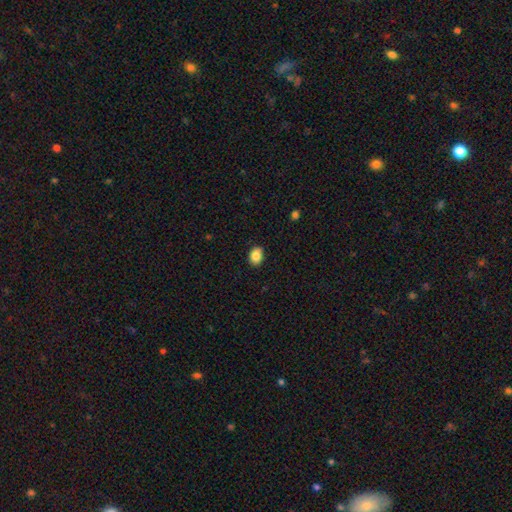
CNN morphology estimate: smooth 86%, star or artifact 8%, featured or disk 5%. Down the decision tree: how rounded — in between (71%); merging — none (86%).